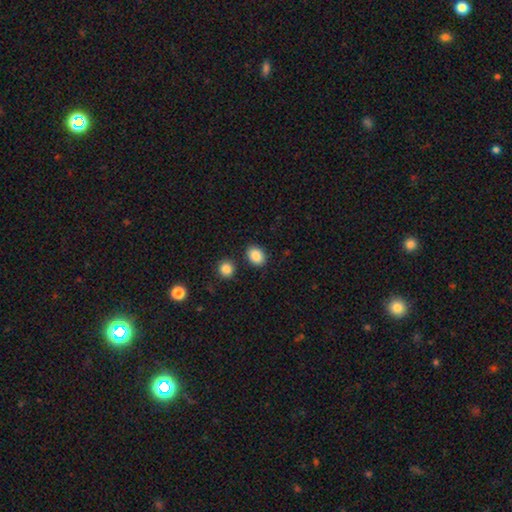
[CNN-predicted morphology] A smooth galaxy with no disk features (88%) that is in between round and cigar-shaped (63%).

Vote fractions:
- Smooth or featured? smooth: 88% / star or artifact: 8% / featured or disk: 4%
- How rounded? in between: 63% / round: 36% / cigar-shaped: 1%
- Merging? none: 84% / minor disturbance: 9% / merger: 5% / major disturbance: 3%